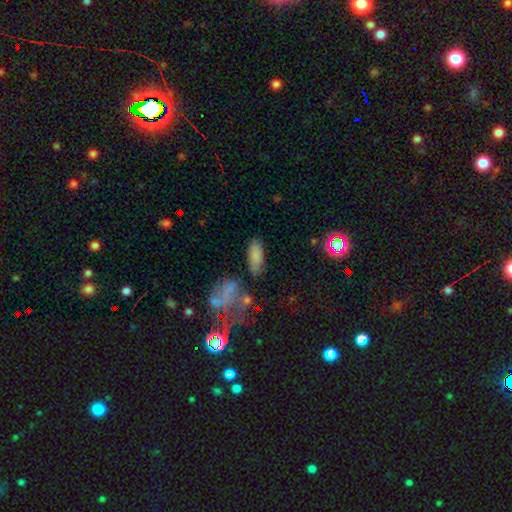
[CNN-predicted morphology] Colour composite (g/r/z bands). It shows a smooth galaxy with no disk features (81%) that is in between round and cigar-shaped (76%). Merging: none (73%).